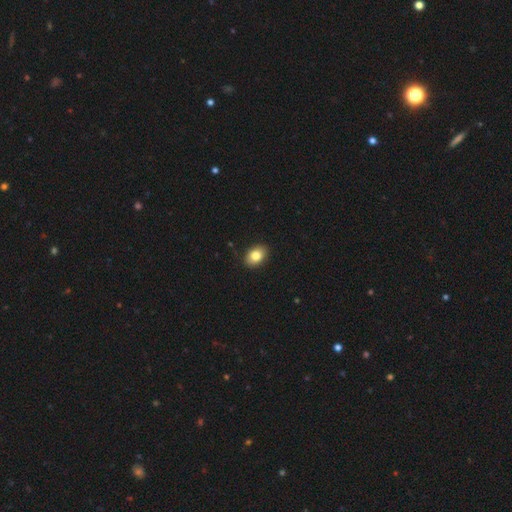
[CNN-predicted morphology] A smooth galaxy with no disk features (83%) that is in between round and cigar-shaped (79%). Merging: none (89%).